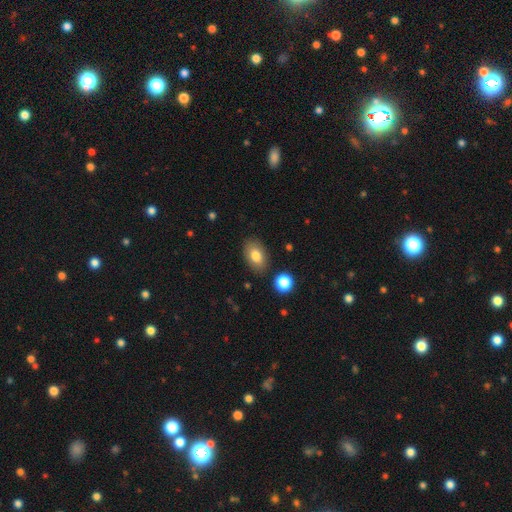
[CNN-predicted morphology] smooth-or-featured: smooth: 80% | featured or disk: 12% | star or artifact: 8%
  how-rounded: in between: 89% | round: 10% | cigar-shaped: 1%
  merging: none: 84% | minor disturbance: 11% | major disturbance: 3% | merger: 2%